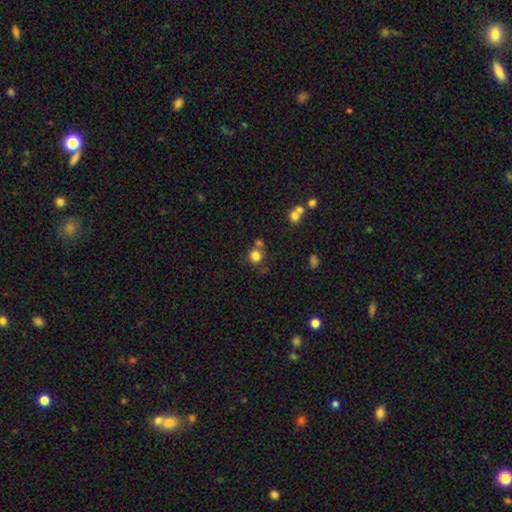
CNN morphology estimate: smooth 80%, star or artifact 13%, featured or disk 7%. Down the decision tree: how rounded — round (88%); merging — none (60%).